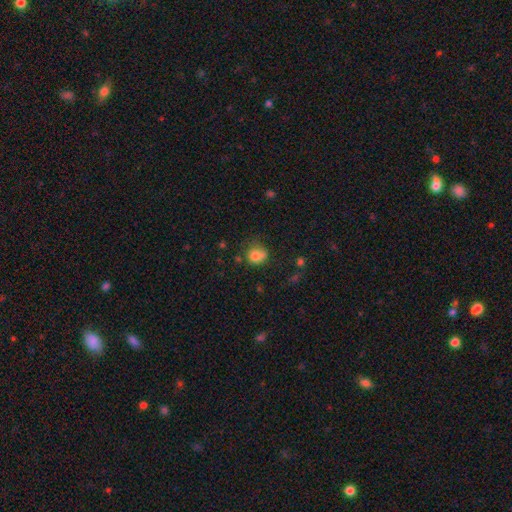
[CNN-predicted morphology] Smooth or featured? Predicted: smooth (p=0.79). How rounded? Predicted: round (p=0.68). Merging? Predicted: none (p=0.48).